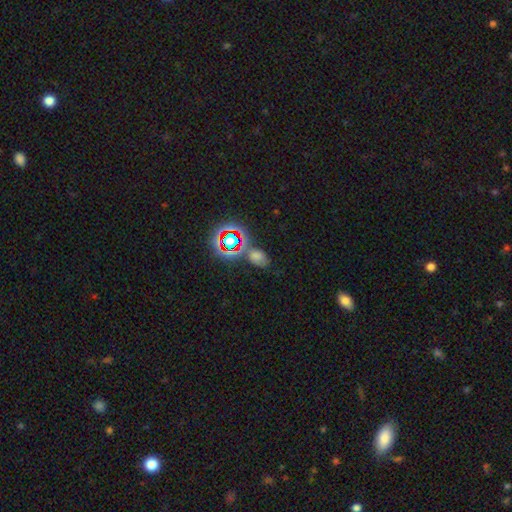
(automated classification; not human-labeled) A smooth galaxy with no disk features (51%) that is in between round and cigar-shaped (71%). Merging: none (53%).